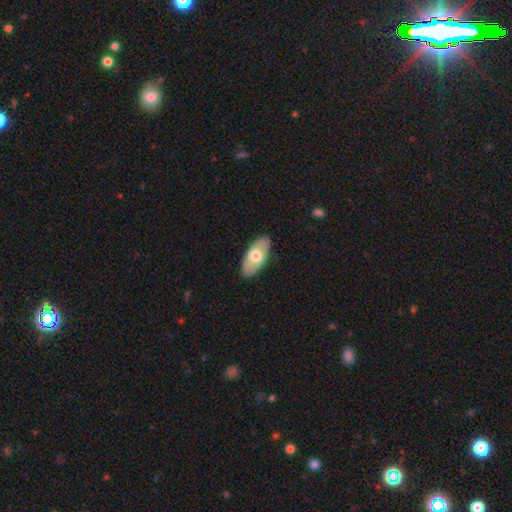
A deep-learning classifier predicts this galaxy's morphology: Q: Smooth or featured?
A: smooth (60%); runner-up: featured or disk (36%)
Q: How rounded?
A: in between (92%); runner-up: cigar-shaped (5%)
Q: Merging?
A: none (87%); runner-up: minor disturbance (10%)